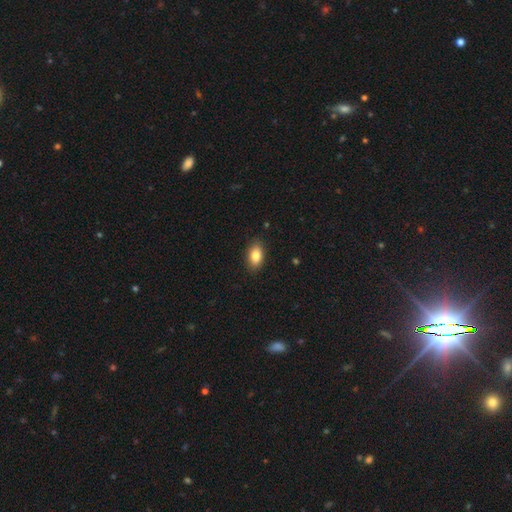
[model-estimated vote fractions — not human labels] Morphology: type=smooth (84%); roundness=in between (90%); merging=none (87%).